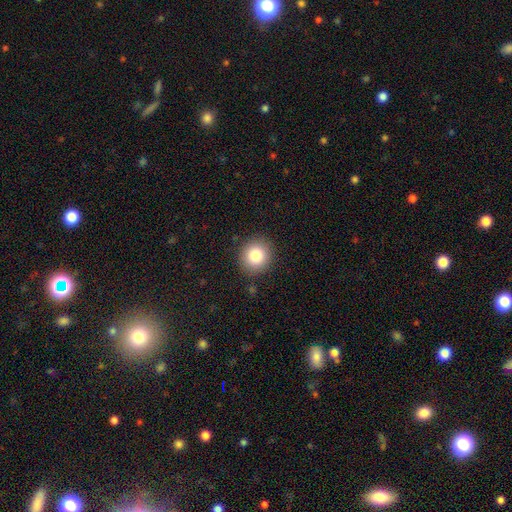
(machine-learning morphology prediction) type=smooth (83%); roundness=round (86%); merging=none (88%).